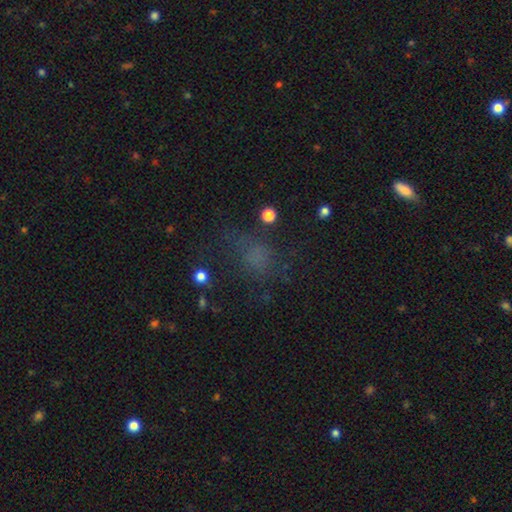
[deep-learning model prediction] Morphology: type=smooth (55%); roundness=round (56%); merging=none (57%).